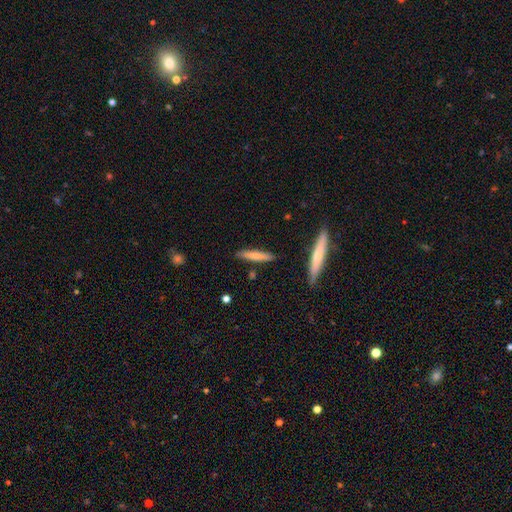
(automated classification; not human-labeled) Smooth or featured?
  - smooth: 69% *
  - featured or disk: 25%
  - star or artifact: 6%
How rounded?
  - cigar-shaped: 90% *
  - in between: 9%
  - round: 1%
Merging?
  - none: 86% *
  - minor disturbance: 9%
  - merger: 3%
  - major disturbance: 2%